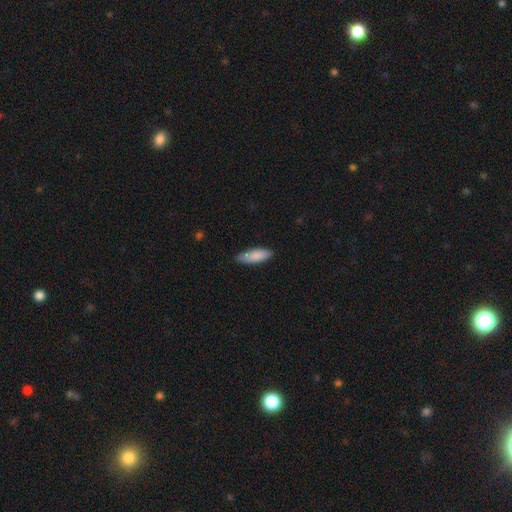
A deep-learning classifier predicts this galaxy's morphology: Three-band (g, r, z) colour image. It shows a smooth galaxy with no disk features (86%) that is in between round and cigar-shaped (55%). Merging: none (82%).